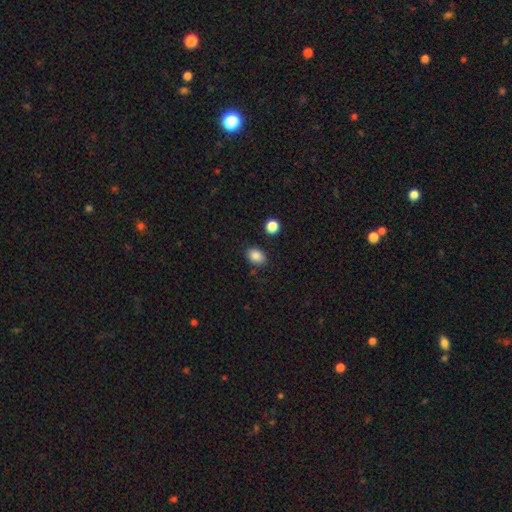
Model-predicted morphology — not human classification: The model was most divided on "how rounded": in between: 68%, round: 31%, cigar-shaped: 1%. More confident: smooth or featured — smooth (87%); merging — none (82%).